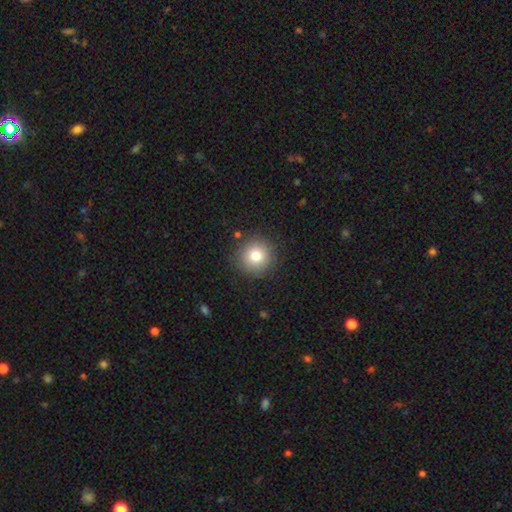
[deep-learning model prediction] A smooth galaxy with no disk features (80%) that is round (94%).

Vote fractions:
- Smooth or featured? smooth: 80% / star or artifact: 11% / featured or disk: 9%
- How rounded? round: 94% / in between: 5% / cigar-shaped: 1%
- Merging? none: 89% / minor disturbance: 7% / major disturbance: 3% / merger: 2%